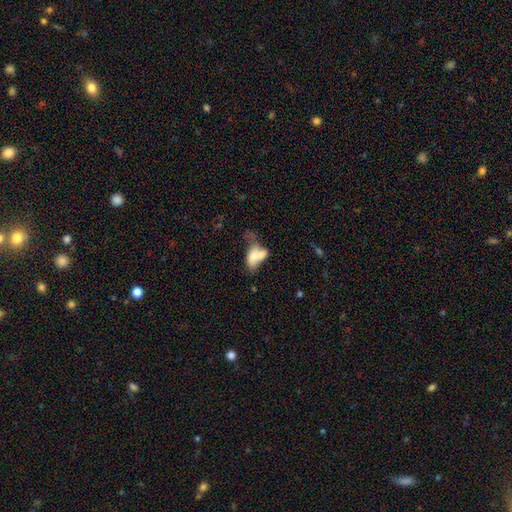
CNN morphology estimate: Smooth or featured? Predicted: smooth (p=0.58). How rounded? Predicted: in between (p=0.85). Merging? Predicted: merger (p=0.56).